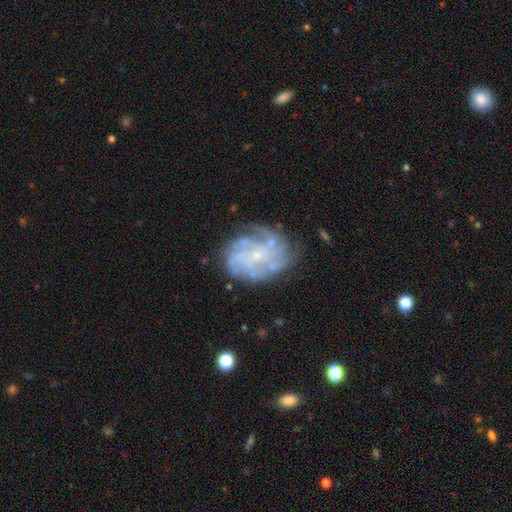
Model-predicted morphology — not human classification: The model was most divided on "spiral arm count": can't tell: 32%, 4: 25%, more than 4: 19%, 3: 11%, 2: 7%, 1: 6%. More confident: edge-on disk — no (97%); spiral arms — yes (90%); smooth or featured — featured or disk (81%); bulge size — small (80%); bar — no (76%); merging — none (66%); spiral winding — tight (53%).